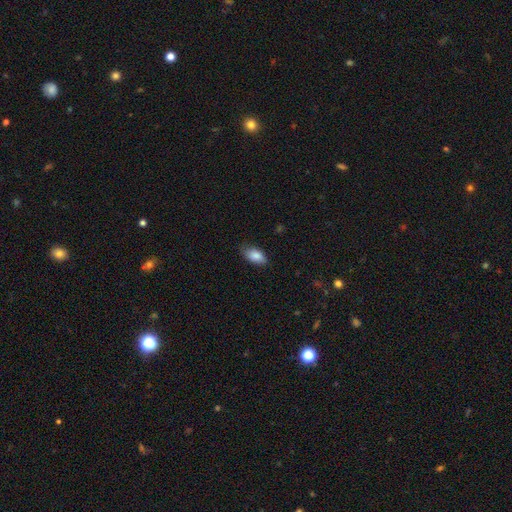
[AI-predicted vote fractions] A smooth galaxy with no disk features (86%) that is in between round and cigar-shaped (91%).

Vote fractions:
- Smooth or featured? smooth: 86% / featured or disk: 7% / star or artifact: 7%
- How rounded? in between: 91% / cigar-shaped: 5% / round: 4%
- Merging? none: 77% / minor disturbance: 18% / major disturbance: 3% / merger: 1%